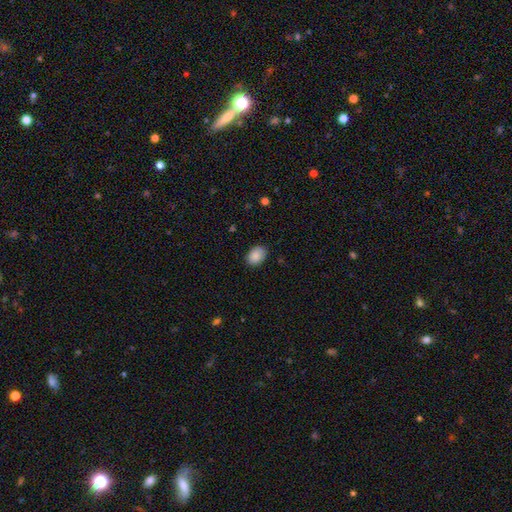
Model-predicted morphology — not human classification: smooth-or-featured: smooth: 88% | star or artifact: 7% | featured or disk: 5%
  how-rounded: in between: 74% | round: 26% | cigar-shaped: 1%
  merging: none: 85% | minor disturbance: 12% | major disturbance: 2% | merger: 1%